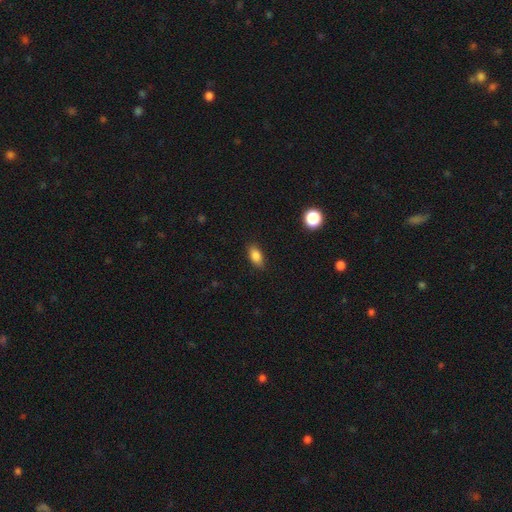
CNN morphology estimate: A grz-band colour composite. It shows a smooth galaxy with no disk features (85%) that is in between round and cigar-shaped (87%). Merging: none (86%).